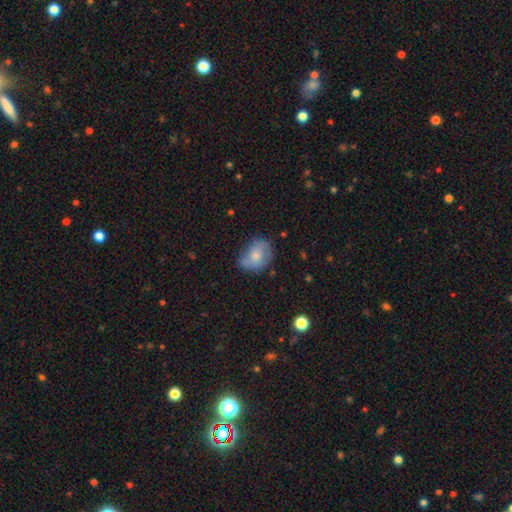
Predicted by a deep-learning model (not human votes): smooth_or_featured: smooth (p=0.62) [alt: featured or disk p=0.30]
how_rounded: in between (p=0.57) [alt: round p=0.41]
merging: none (p=0.62) [alt: minor disturbance p=0.27]